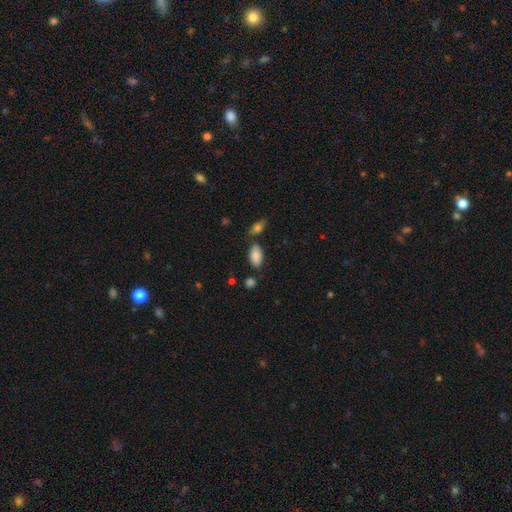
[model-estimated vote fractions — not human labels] Morphology: type=smooth (87%); roundness=in between (94%); merging=none (75%).